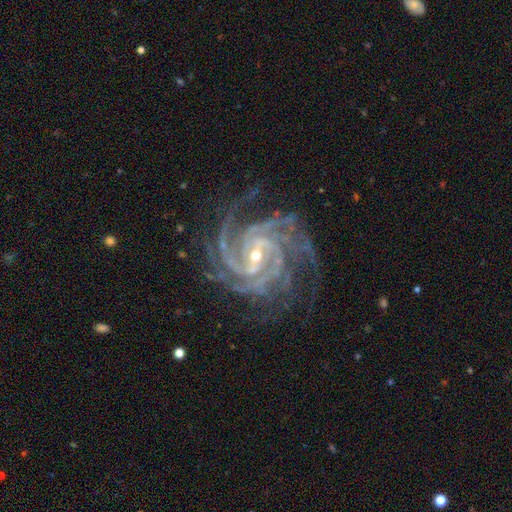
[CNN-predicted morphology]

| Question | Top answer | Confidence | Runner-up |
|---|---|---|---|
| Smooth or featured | featured or disk | 94% | star or artifact (4%) |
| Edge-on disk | no | 98% | yes (2%) |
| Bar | weak | 43% | strong (36%) |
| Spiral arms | yes | 99% | no (1%) |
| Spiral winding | tight | 69% | medium (28%) |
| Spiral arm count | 4 | 36% | more than 4 (22%) |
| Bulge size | small | 68% | moderate (29%) |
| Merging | none | 77% | minor disturbance (15%) |